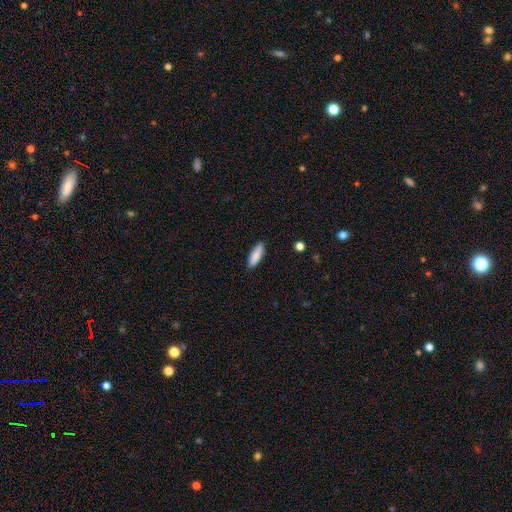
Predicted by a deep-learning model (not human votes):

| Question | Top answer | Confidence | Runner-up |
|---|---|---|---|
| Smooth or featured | smooth | 87% | featured or disk (7%) |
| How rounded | in between | 60% | cigar-shaped (38%) |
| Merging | none | 88% | minor disturbance (9%) |